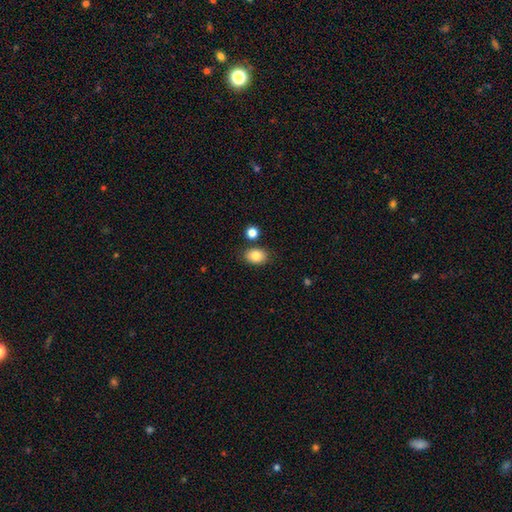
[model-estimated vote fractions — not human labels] Smooth or featured? Predicted: smooth (p=0.84). How rounded? Predicted: in between (p=0.71). Merging? Predicted: none (p=0.80).